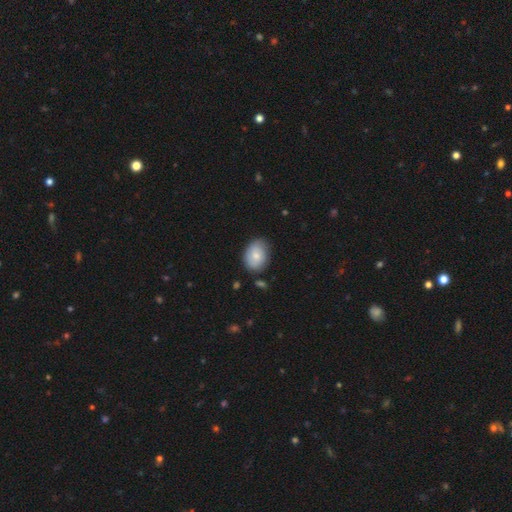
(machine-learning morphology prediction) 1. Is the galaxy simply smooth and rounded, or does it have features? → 74% smooth, 19% featured or disk, 7% star or artifact.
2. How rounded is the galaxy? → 70% in between, 29% round, 1% cigar-shaped.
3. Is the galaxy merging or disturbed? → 74% none, 20% minor disturbance, 4% major disturbance, 2% merger.